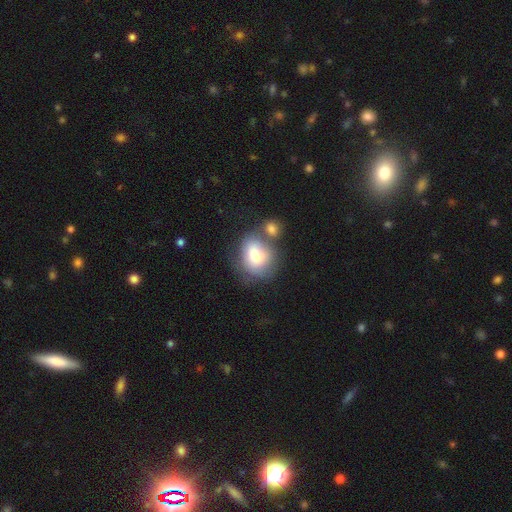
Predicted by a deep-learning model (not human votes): smooth-or-featured: smooth: 75% | featured or disk: 18% | star or artifact: 8%
  how-rounded: in between: 52% | round: 46% | cigar-shaped: 1%
  merging: merger: 39% | none: 31% | minor disturbance: 18% | major disturbance: 12%